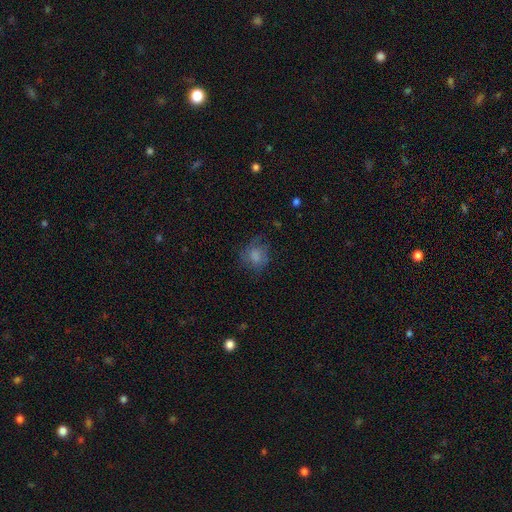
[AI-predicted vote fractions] Smooth or featured?
  - smooth: 62% *
  - featured or disk: 27%
  - star or artifact: 11%
How rounded?
  - round: 62% *
  - in between: 37%
  - cigar-shaped: 1%
Merging?
  - none: 53% *
  - minor disturbance: 25%
  - major disturbance: 20%
  - merger: 2%